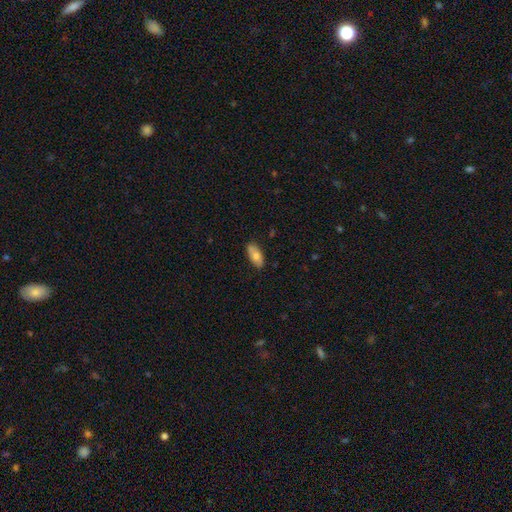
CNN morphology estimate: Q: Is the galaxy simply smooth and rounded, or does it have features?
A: smooth — 69%.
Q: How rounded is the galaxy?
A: in between — 87%.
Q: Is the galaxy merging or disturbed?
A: none — 82%.